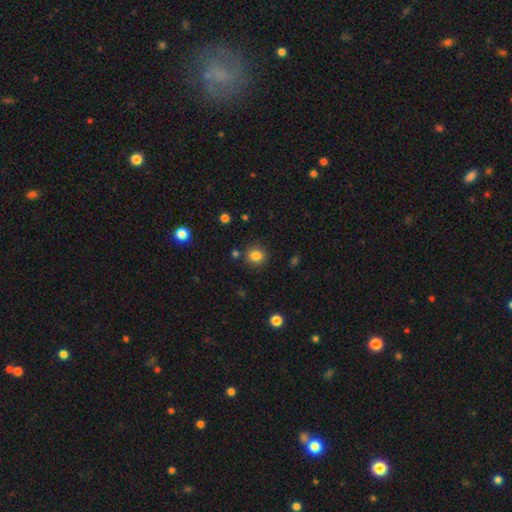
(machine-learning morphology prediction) A smooth galaxy with no disk features (83%) that is round (83%). Merging: none (85%).